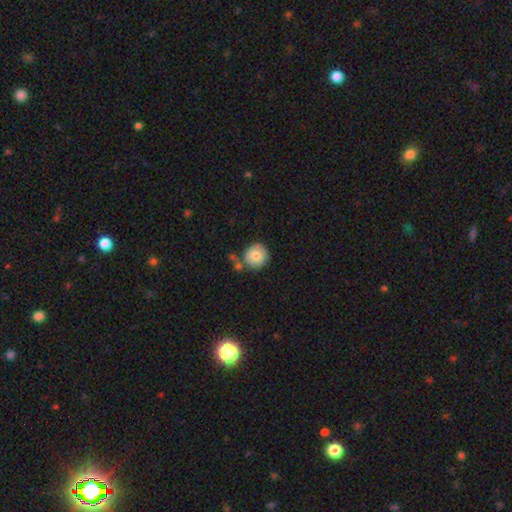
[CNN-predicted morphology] Smooth or featured? Predicted: smooth (p=0.79). How rounded? Predicted: round (p=0.94). Merging? Predicted: none (p=0.69).